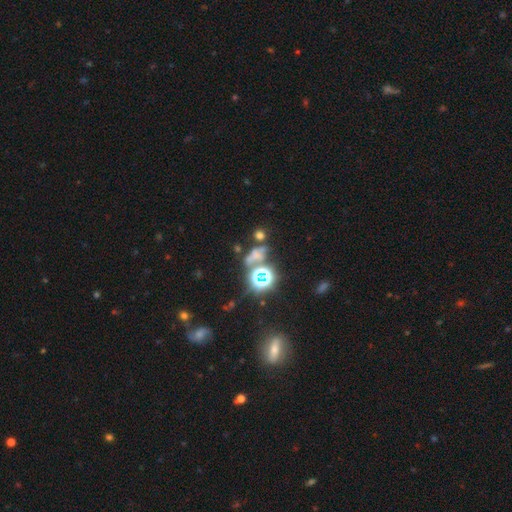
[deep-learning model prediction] This appears to be a star or artifact, not a galaxy (50%).